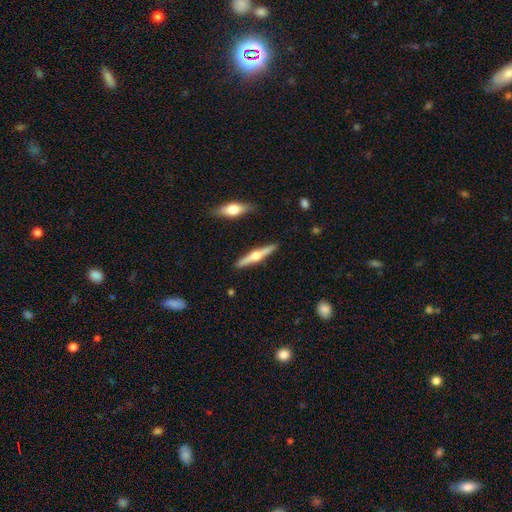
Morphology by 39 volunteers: Smooth or featured?
  - featured or disk: 69% *
  - smooth: 23%
  - star or artifact: 8%
Edge-on disk?
  - yes: 100% *
  - no: 0%
Edge-on bulge?
  - rounded: 96% *
  - boxy: 4%
  - none: 0%
Merging?
  - none: 100% *
  - minor disturbance: 0%
  - major disturbance: 0%
  - merger: 0%